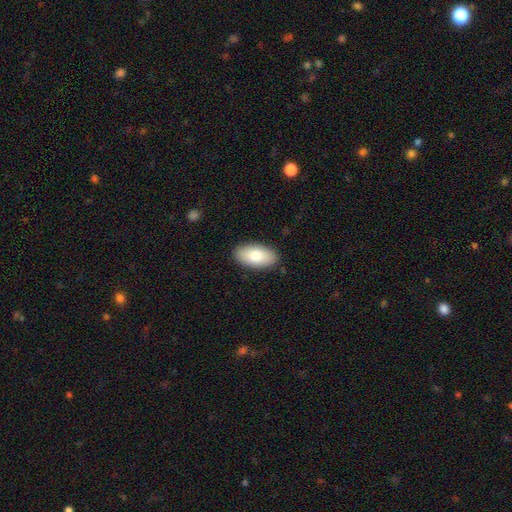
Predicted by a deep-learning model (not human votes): Smooth or featured? Predicted: smooth (p=0.80). How rounded? Predicted: in between (p=0.94). Merging? Predicted: none (p=0.88).